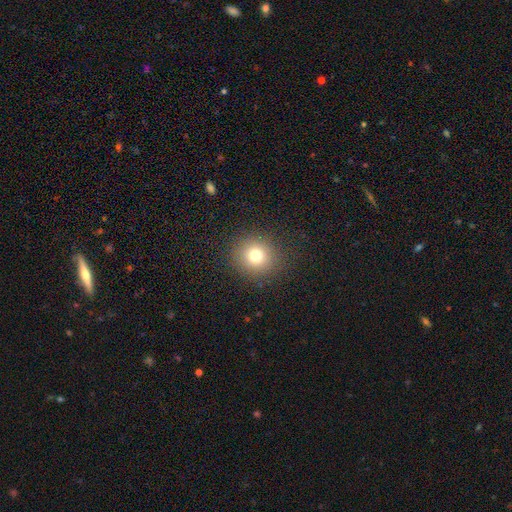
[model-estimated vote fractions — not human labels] The model was most divided on "smooth or featured": smooth: 76%, star or artifact: 15%, featured or disk: 9%. More confident: how rounded — round (90%); merging — none (89%).